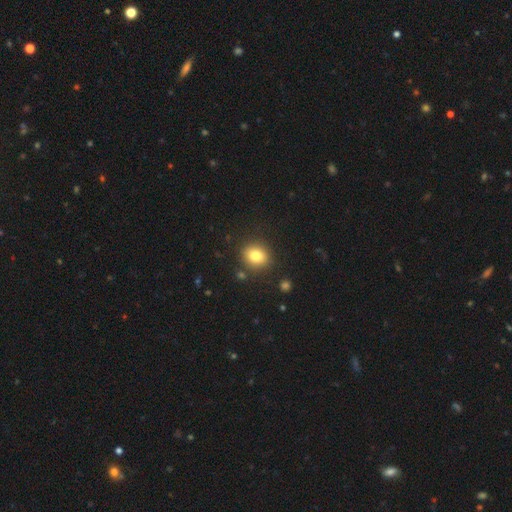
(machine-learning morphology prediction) Smooth or featured? Predicted: smooth (p=0.80). How rounded? Predicted: round (p=0.72). Merging? Predicted: none (p=0.86).